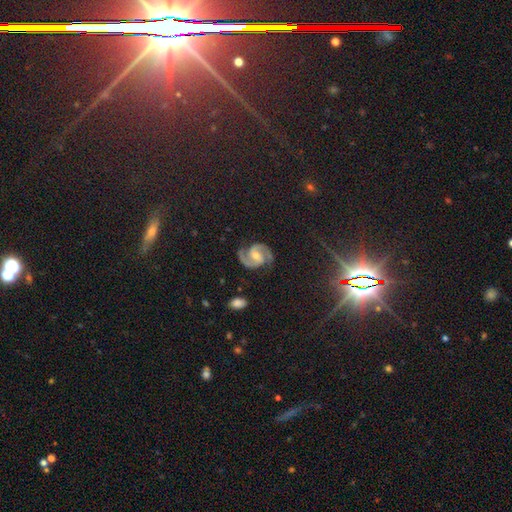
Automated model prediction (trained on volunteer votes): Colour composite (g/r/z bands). It shows a featured or disk galaxy (89%) with a weak bar (42%), 2 (95%) medium (60%) spiral arms (98%) and a moderate central bulge (54%). Merging: none (82%).